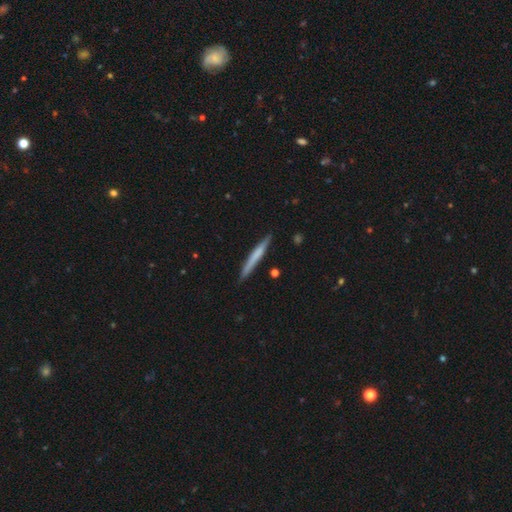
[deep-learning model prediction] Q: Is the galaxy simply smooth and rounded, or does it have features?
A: smooth — 57%.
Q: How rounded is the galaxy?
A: cigar-shaped — 97%.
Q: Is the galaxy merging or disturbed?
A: none — 88%.